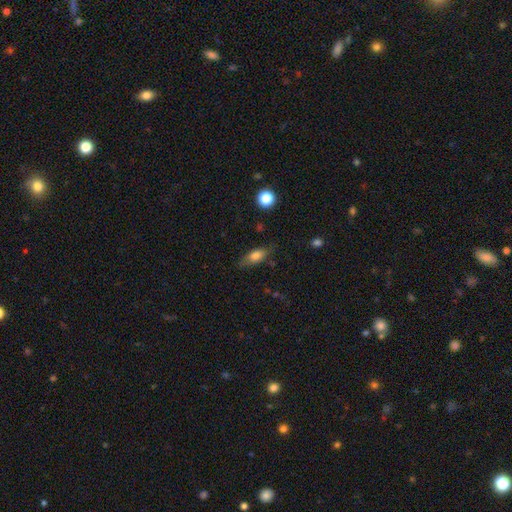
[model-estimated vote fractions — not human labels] The model was most divided on "merging": none: 73%, minor disturbance: 20%, major disturbance: 5%, merger: 2%. More confident: how rounded — in between (77%); smooth or featured — smooth (74%).